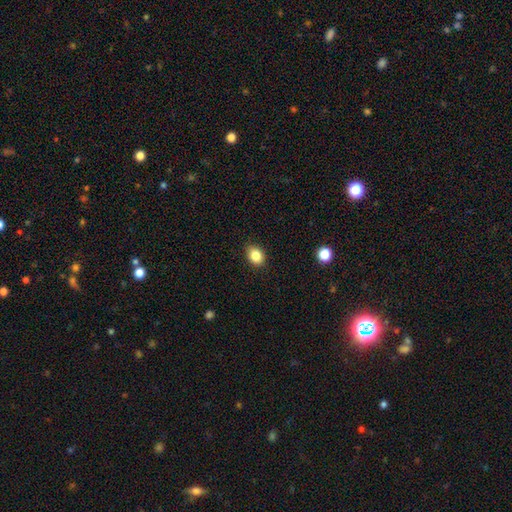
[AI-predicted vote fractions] Smooth or featured? smooth (84%)
How rounded? in between (60%)
Merging? none (87%)